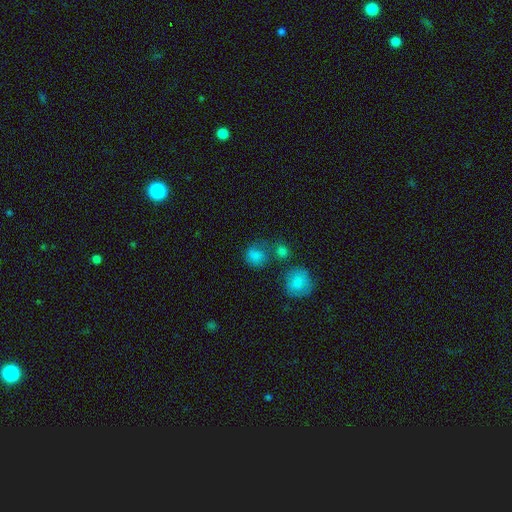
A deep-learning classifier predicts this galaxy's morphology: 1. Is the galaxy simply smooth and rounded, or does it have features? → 77% smooth, 13% star or artifact, 9% featured or disk.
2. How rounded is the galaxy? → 72% round, 27% in between, 1% cigar-shaped.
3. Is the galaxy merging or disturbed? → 45% none, 24% merger, 19% minor disturbance, 13% major disturbance.